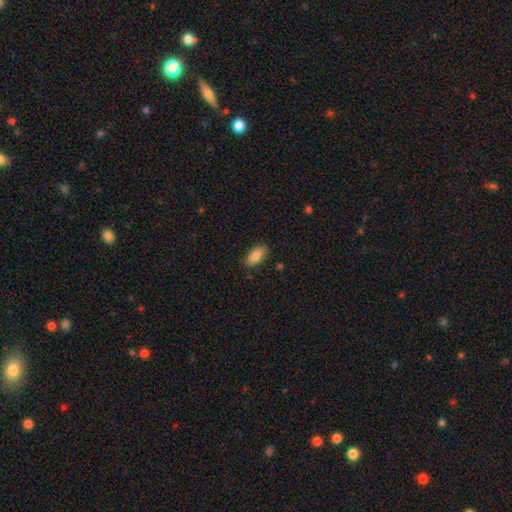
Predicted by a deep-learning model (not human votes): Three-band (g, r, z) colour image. It shows a smooth galaxy with no disk features (85%) that is in between round and cigar-shaped (90%). Merging: none (85%).